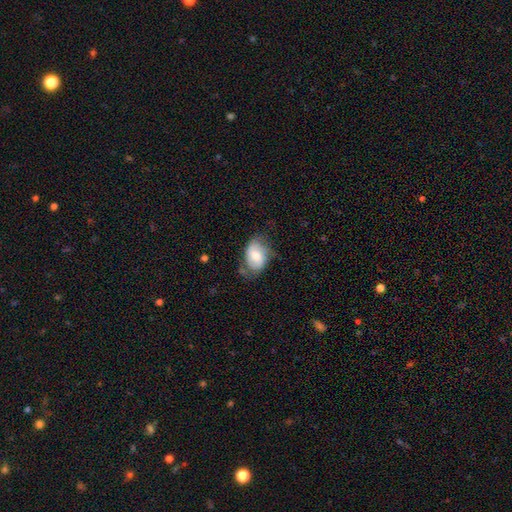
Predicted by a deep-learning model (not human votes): Smooth or featured? Predicted: smooth (p=0.59). How rounded? Predicted: in between (p=0.80). Merging? Predicted: none (p=0.51).